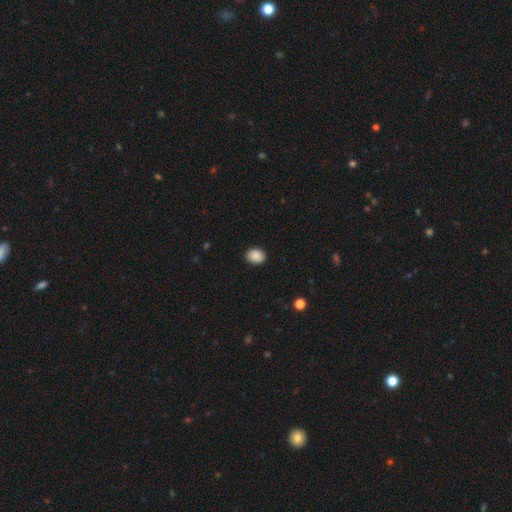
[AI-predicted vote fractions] smooth-or-featured: smooth: 89% | star or artifact: 8% | featured or disk: 3%
  how-rounded: in between: 63% | round: 36% | cigar-shaped: 1%
  merging: none: 89% | minor disturbance: 8% | major disturbance: 2% | merger: 1%